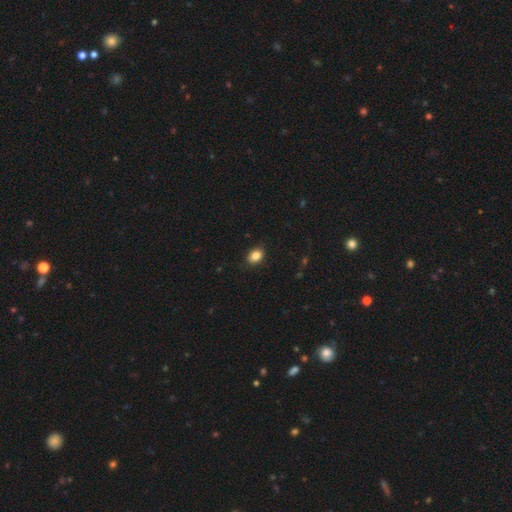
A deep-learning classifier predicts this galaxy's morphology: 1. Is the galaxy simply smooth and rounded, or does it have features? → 85% smooth, 9% star or artifact, 6% featured or disk.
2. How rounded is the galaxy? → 68% in between, 31% round, 1% cigar-shaped.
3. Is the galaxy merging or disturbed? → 86% none, 11% minor disturbance, 2% major disturbance, 1% merger.